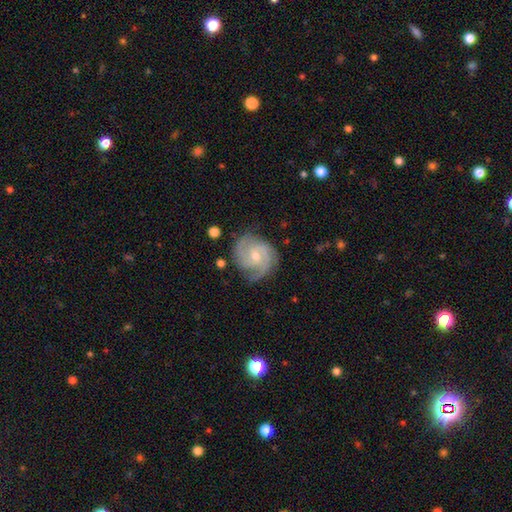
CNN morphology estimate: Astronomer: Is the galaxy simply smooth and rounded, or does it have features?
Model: featured or disk — 88%.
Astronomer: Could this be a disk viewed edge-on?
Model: no — 98%.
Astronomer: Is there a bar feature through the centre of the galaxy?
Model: no — 53% (runner-up: weak, 41%).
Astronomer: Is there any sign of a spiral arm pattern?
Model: yes — 97%.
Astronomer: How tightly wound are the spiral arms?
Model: tight — 49% (runner-up: medium, 43%).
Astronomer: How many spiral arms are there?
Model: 2 — 47% (runner-up: 3, 32%).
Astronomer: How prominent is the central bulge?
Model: moderate — 49% (runner-up: small, 48%).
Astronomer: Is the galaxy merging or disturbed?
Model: none — 74%.